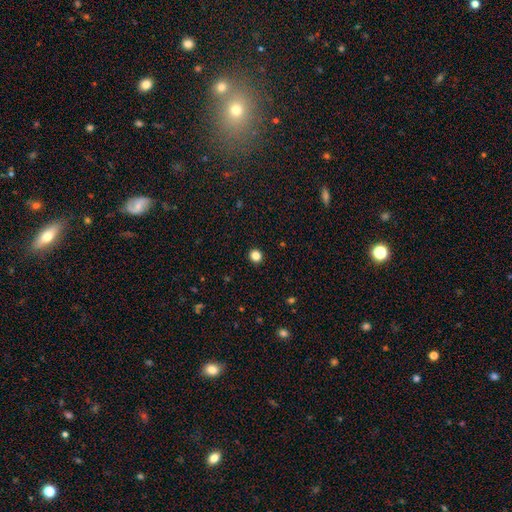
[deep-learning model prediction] This is clearly a smooth galaxy (84%). How rounded: clearly round (86%). Merging: clearly none (93%).